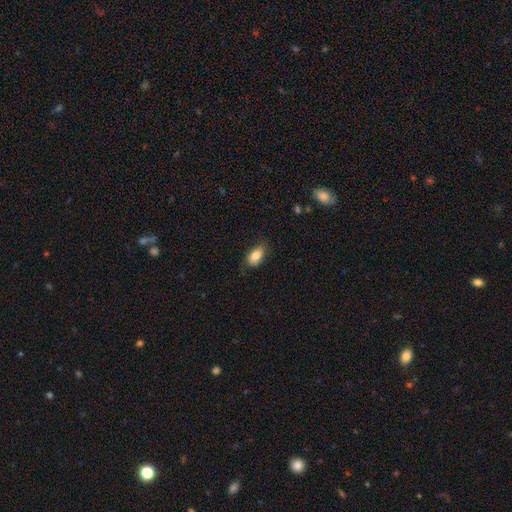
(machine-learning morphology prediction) smooth 83%, featured or disk 9%, star or artifact 7%. Down the decision tree: how rounded — in between (91%); merging — none (77%).